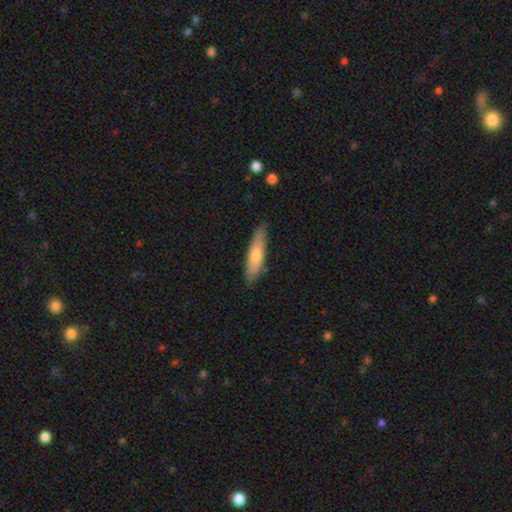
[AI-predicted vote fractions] Smooth or featured? smooth (62%)
How rounded? cigar-shaped (76%)
Merging? none (84%)